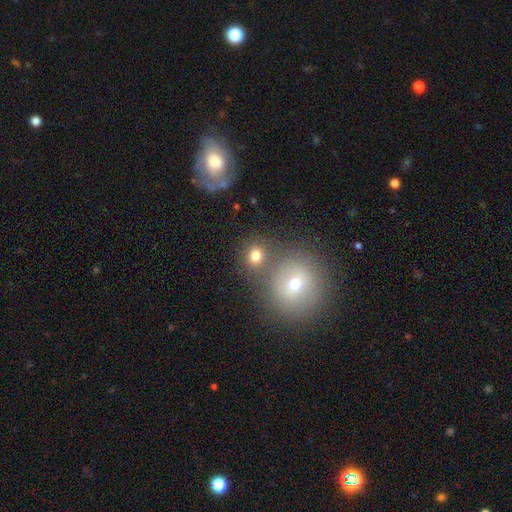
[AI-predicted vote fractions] The model was most divided on "merging": none: 64%, merger: 24%, minor disturbance: 8%, major disturbance: 4%. More confident: how rounded — round (80%); smooth or featured — smooth (76%).